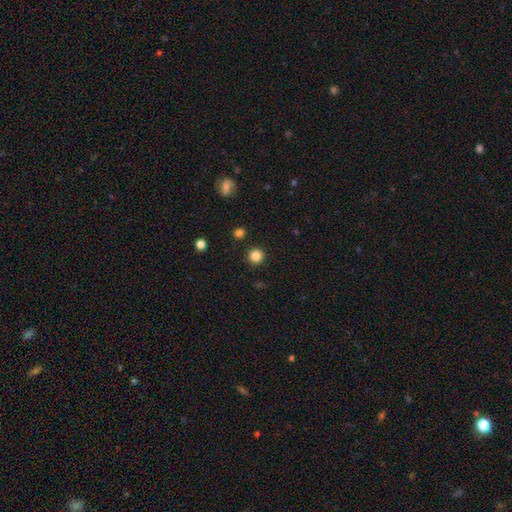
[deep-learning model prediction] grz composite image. It shows a smooth galaxy with no disk features (84%) that is round (95%). Merging: none (91%).